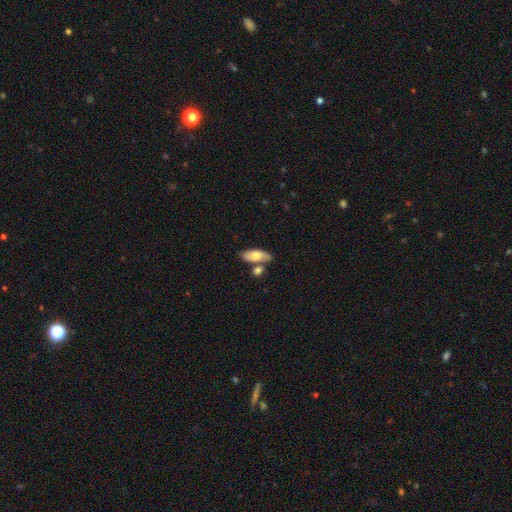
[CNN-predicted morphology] The model was most divided on "merging": none: 57%, merger: 23%, minor disturbance: 15%, major disturbance: 4%. More confident: how rounded — in between (82%); smooth or featured — smooth (68%).